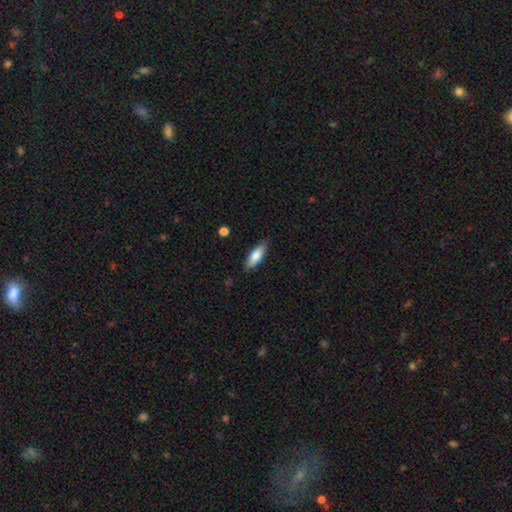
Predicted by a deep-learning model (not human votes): smooth-or-featured: smooth: 79% | featured or disk: 15% | star or artifact: 6%
  how-rounded: in between: 66% | cigar-shaped: 32% | round: 2%
  merging: none: 86% | minor disturbance: 10% | major disturbance: 2% | merger: 1%